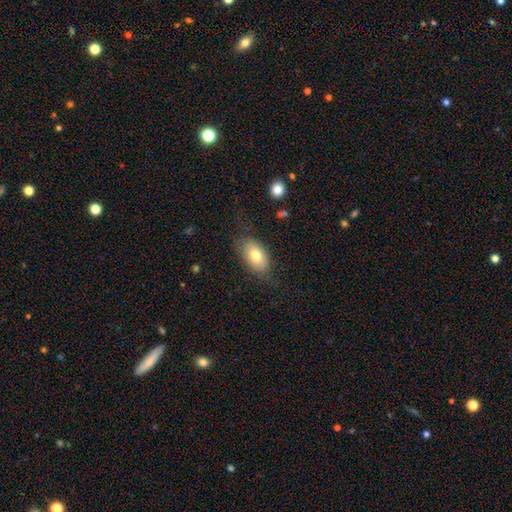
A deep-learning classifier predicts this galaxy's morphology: Overall: smooth (75%). How rounded: in between (90%). Merging: none (74%).